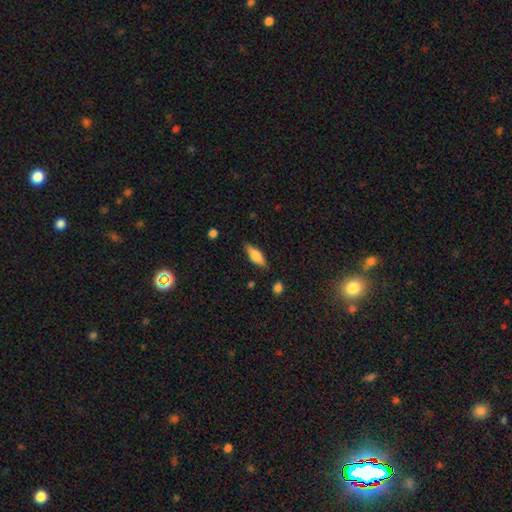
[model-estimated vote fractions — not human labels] Smooth or featured?
  - smooth: 67% *
  - featured or disk: 26%
  - star or artifact: 7%
How rounded?
  - in between: 63% *
  - cigar-shaped: 35%
  - round: 3%
Merging?
  - none: 83% *
  - minor disturbance: 12%
  - major disturbance: 3%
  - merger: 2%